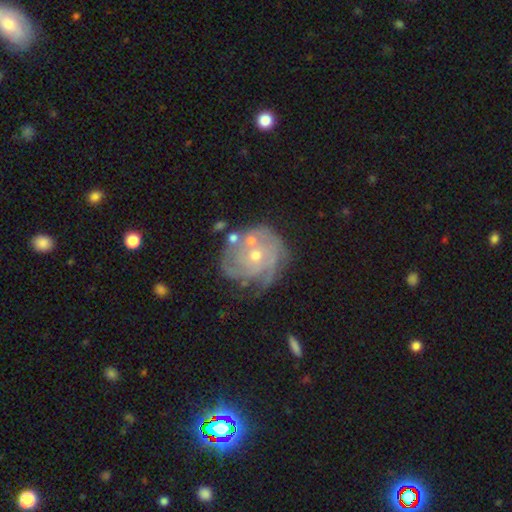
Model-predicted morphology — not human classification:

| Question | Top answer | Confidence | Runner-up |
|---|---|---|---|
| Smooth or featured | featured or disk | 82% | smooth (11%) |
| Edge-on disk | no | 97% | yes (3%) |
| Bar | no | 80% | weak (17%) |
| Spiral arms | yes | 91% | no (9%) |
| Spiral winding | tight | 71% | medium (22%) |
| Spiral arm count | can't tell | 37% | 3 (24%) |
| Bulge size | small | 53% | moderate (44%) |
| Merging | none | 58% | minor disturbance (22%) |